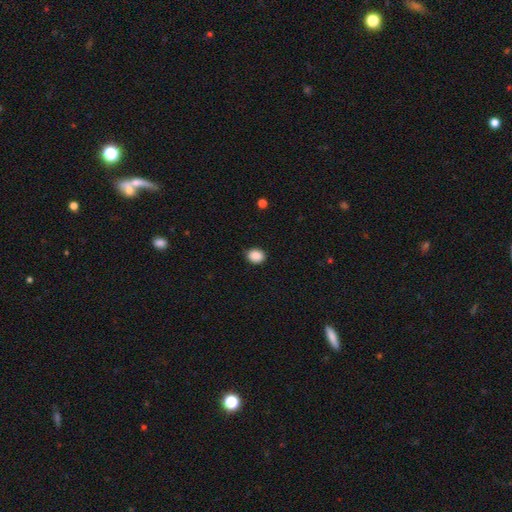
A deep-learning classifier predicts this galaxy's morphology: type=smooth (89%); roundness=in between (51%); merging=none (87%).